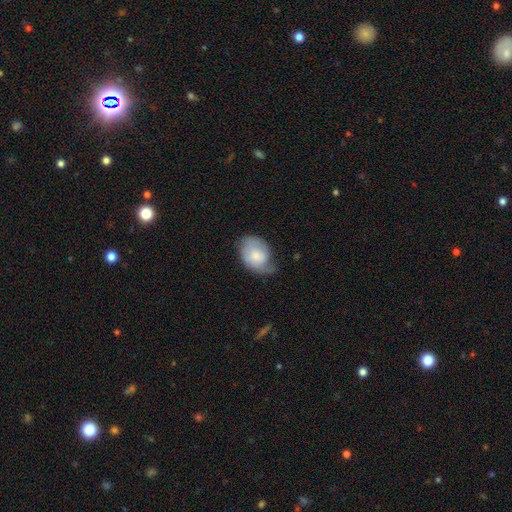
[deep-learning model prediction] A smooth galaxy with no disk features (55%) that is in between round and cigar-shaped (72%). Merging: none (43%).